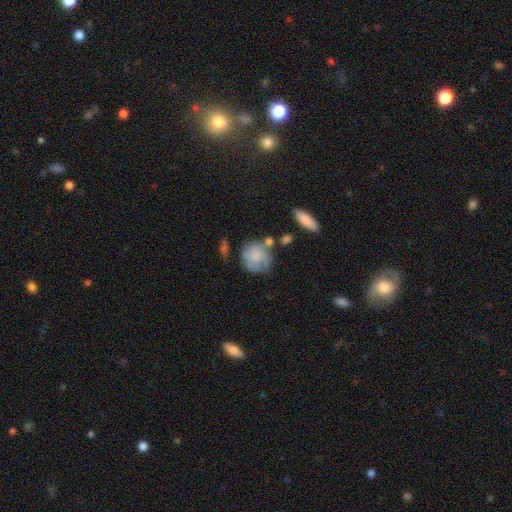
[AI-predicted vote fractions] Smooth or featured?
  - smooth: 72% *
  - featured or disk: 20%
  - star or artifact: 7%
How rounded?
  - round: 81% *
  - in between: 17%
  - cigar-shaped: 1%
Merging?
  - none: 52% *
  - minor disturbance: 25%
  - major disturbance: 12%
  - merger: 11%